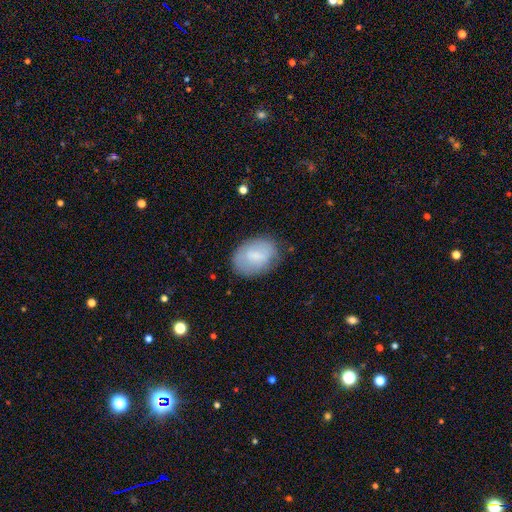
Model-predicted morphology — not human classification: Overall: smooth (66%; featured or disk 27%). How rounded: in between (83%). Merging: none (72%).